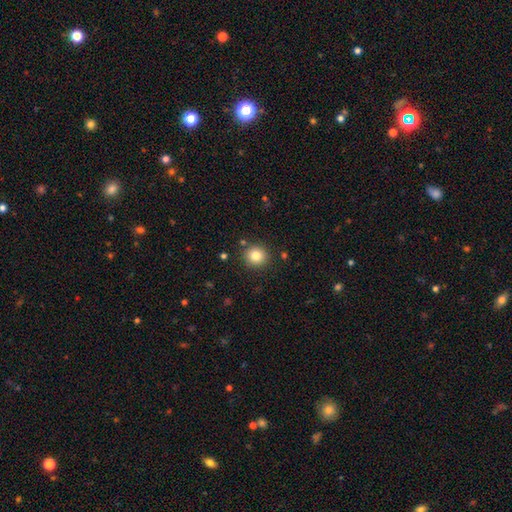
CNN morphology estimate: Smooth or featured? Predicted: smooth (p=0.82). How rounded? Predicted: round (p=0.91). Merging? Predicted: none (p=0.89).